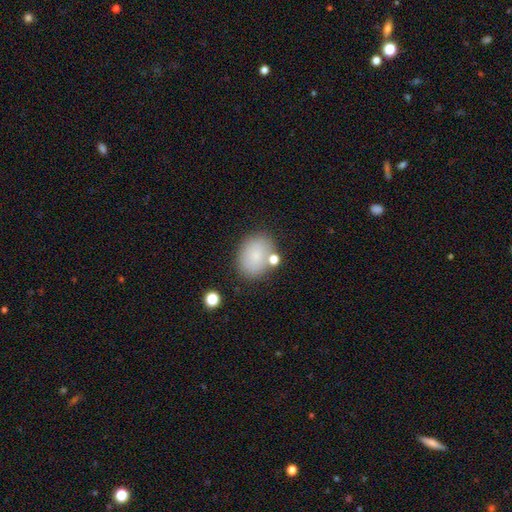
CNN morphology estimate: smooth 80%, featured or disk 10%, star or artifact 9%. Down the decision tree: how rounded — in between (55%); merging — none (73%).